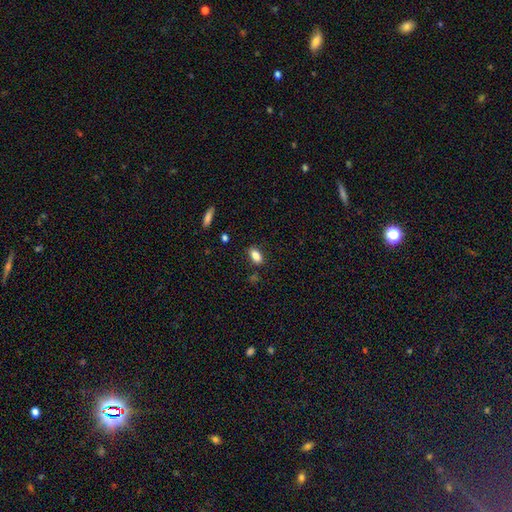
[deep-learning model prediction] Smooth or featured: smooth — 84% (star or artifact — 9%)
How rounded: in between — 87% (cigar-shaped — 7%)
Merging: none — 84% (minor disturbance — 11%)